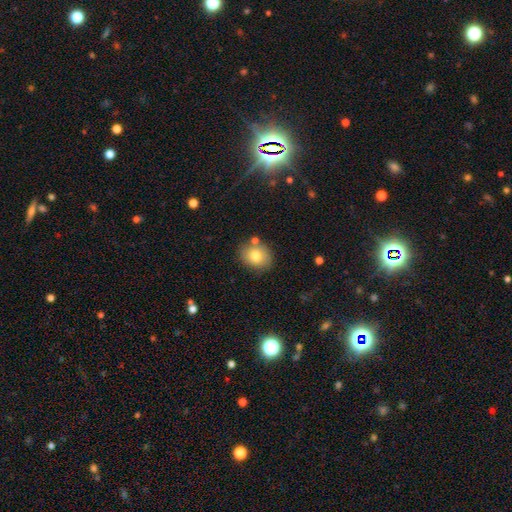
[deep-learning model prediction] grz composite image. It shows a smooth galaxy with no disk features (78%) that is round (57%). Merging: none (77%).